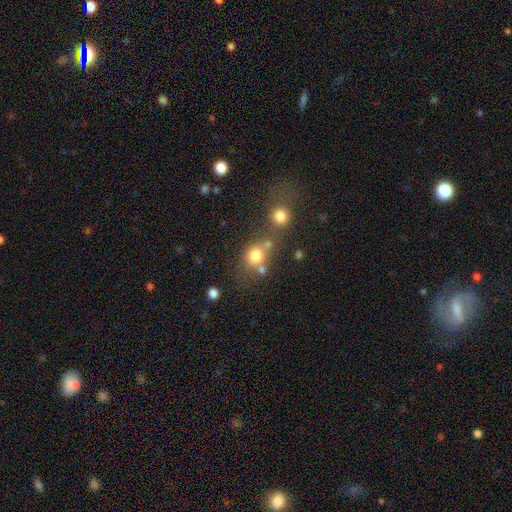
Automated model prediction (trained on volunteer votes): smooth 76%, star or artifact 14%, featured or disk 10%. Down the decision tree: how rounded — round (72%); merging — none (48%).